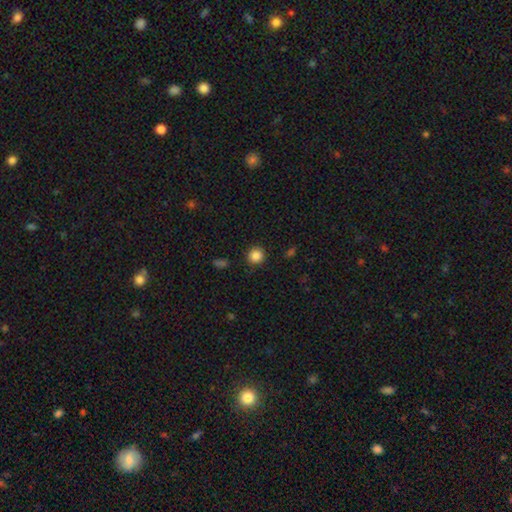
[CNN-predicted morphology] Smooth or featured?
  - smooth: 86% *
  - star or artifact: 10%
  - featured or disk: 4%
How rounded?
  - round: 92% *
  - in between: 7%
  - cigar-shaped: 1%
Merging?
  - none: 90% *
  - minor disturbance: 7%
  - major disturbance: 2%
  - merger: 1%